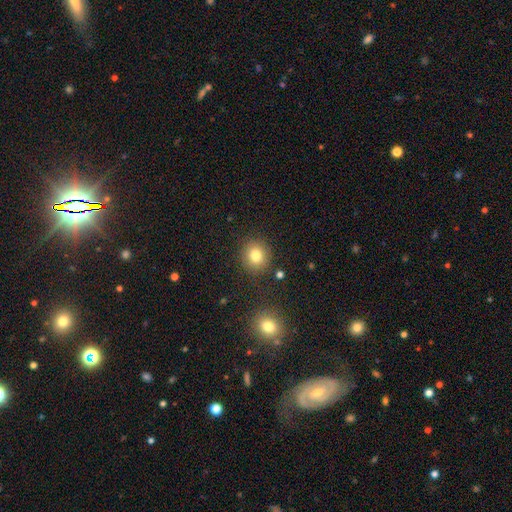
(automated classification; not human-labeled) smooth_or_featured: smooth (p=0.81) [alt: star or artifact p=0.11]
how_rounded: round (p=0.86) [alt: in between p=0.13]
merging: none (p=0.86) [alt: minor disturbance p=0.08]